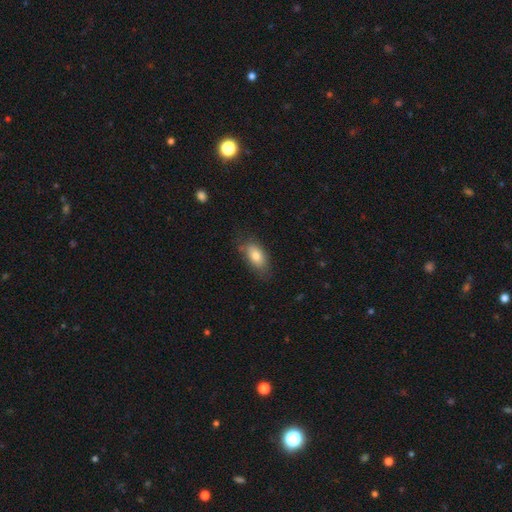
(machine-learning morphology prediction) Smooth or featured? Predicted: smooth (p=0.78). How rounded? Predicted: in between (p=0.88). Merging? Predicted: none (p=0.72).